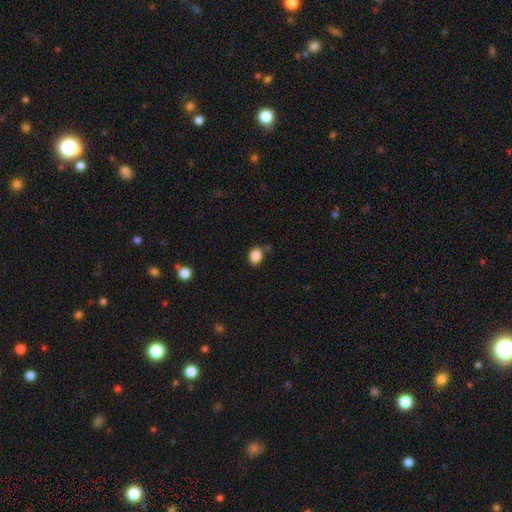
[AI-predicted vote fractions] Q: Smooth or featured?
A: smooth (87%); runner-up: star or artifact (9%)
Q: How rounded?
A: in between (57%); runner-up: round (42%)
Q: Merging?
A: none (82%); runner-up: minor disturbance (11%)